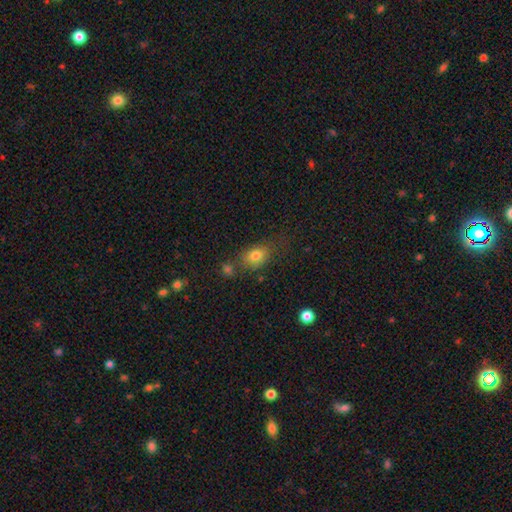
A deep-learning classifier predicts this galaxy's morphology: Smooth or featured? smooth (77%)
How rounded? in between (70%)
Merging? none (60%)